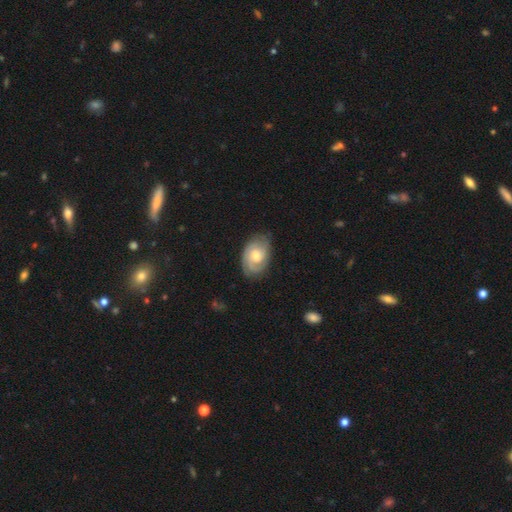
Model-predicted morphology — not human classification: A featured or disk galaxy (72%) with no bar (72%), 2 (33%) tight (66%) spiral arms (93%) and a moderate central bulge (61%).

Vote fractions:
- Smooth or featured? featured or disk: 72% / smooth: 22% / star or artifact: 6%
- Edge-on disk? no: 96% / yes: 4%
- Bar? no: 72% / weak: 25% / strong: 3%
- Spiral arms? yes: 93% / no: 7%
- Spiral winding? tight: 66% / medium: 27% / loose: 7%
- Spiral arm count? 2: 33% / can't tell: 30% / 3: 23% / 4: 6% / 1: 6% / more than 4: 4%
- Bulge size? moderate: 61% / small: 30% / large: 6% / none: 2% / dominant: 1%
- Merging? none: 75% / minor disturbance: 18% / major disturbance: 5% / merger: 1%